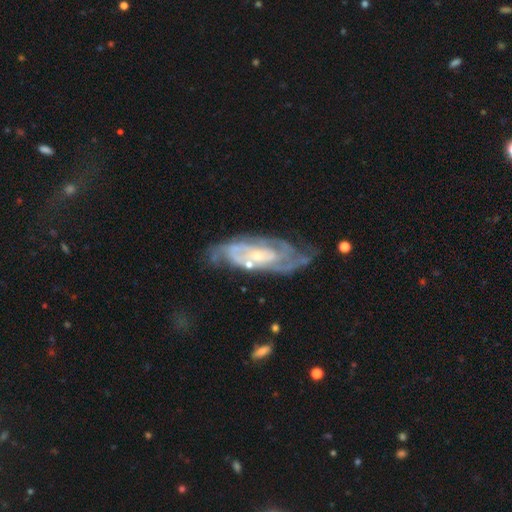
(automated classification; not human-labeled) A featured or disk galaxy (86%) with no bar (61%), tight (66%) spiral arms (95%) and a small central bulge (69%). Merging: none (61%).